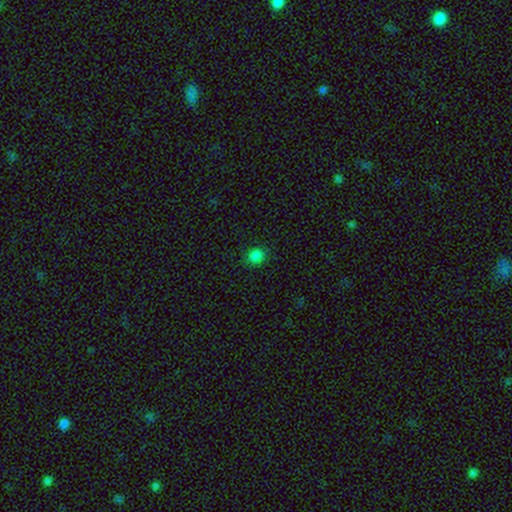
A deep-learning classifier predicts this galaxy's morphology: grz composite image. It shows a smooth galaxy with no disk features (83%) that is round (86%). Merging: none (89%).